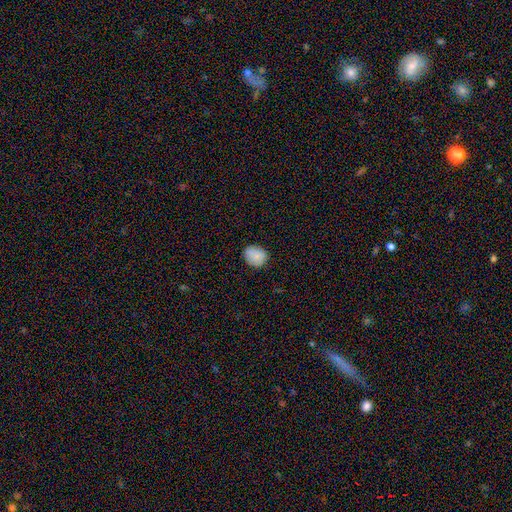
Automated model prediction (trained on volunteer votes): The model was most divided on "how rounded": round: 64%, in between: 35%, cigar-shaped: 1%. More confident: smooth or featured — smooth (86%); merging — none (85%).